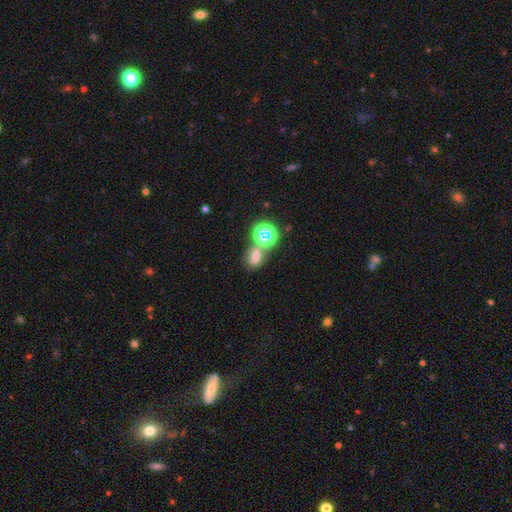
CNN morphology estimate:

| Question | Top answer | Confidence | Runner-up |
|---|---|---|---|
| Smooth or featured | smooth | 51% | star or artifact (34%) |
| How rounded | in between | 59% | round (39%) |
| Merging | none | 47% | merger (31%) |